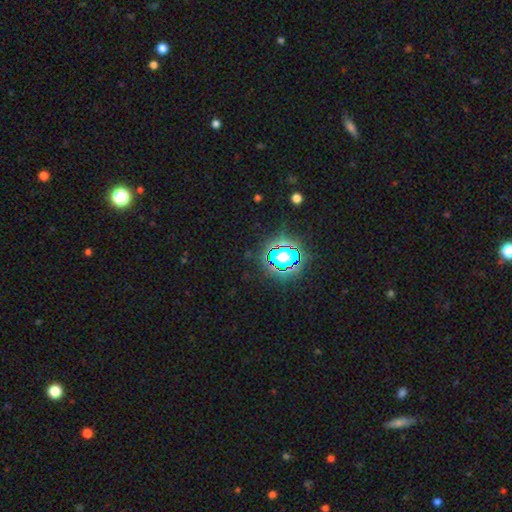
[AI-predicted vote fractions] A star or artifact, not a galaxy (78%).